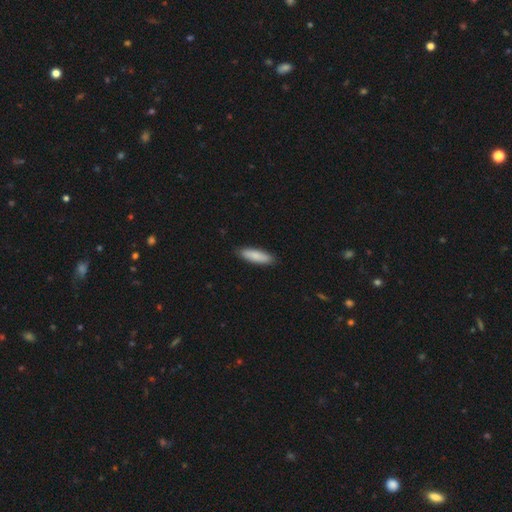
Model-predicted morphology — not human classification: A smooth galaxy with no disk features (86%) that is cigar-shaped (59%). Merging: none (88%).